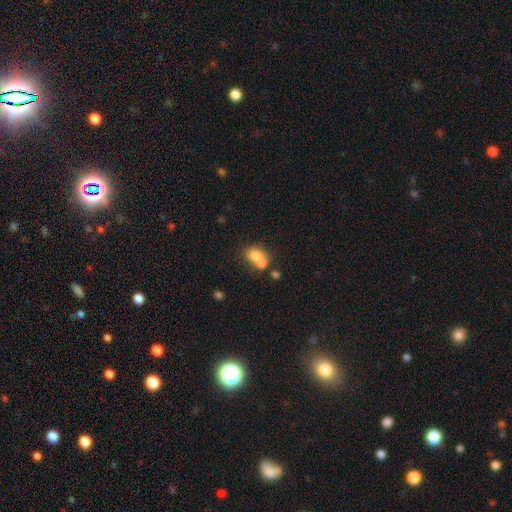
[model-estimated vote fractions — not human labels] Smooth or featured? Predicted: smooth (p=0.73). How rounded? Predicted: round (p=0.59). Merging? Predicted: merger (p=0.60).